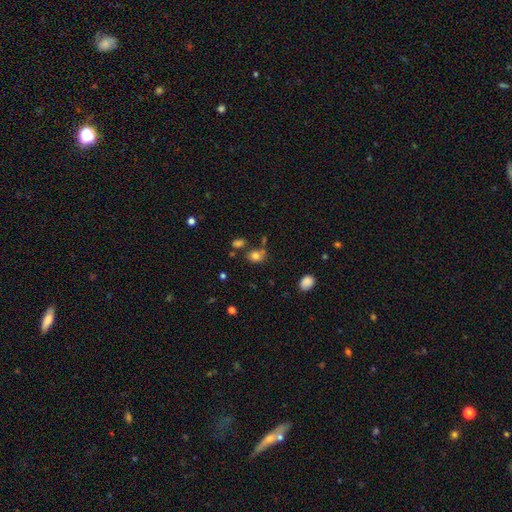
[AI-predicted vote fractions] Smooth or featured? smooth (79%)
How rounded? round (58%)
Merging? none (62%)